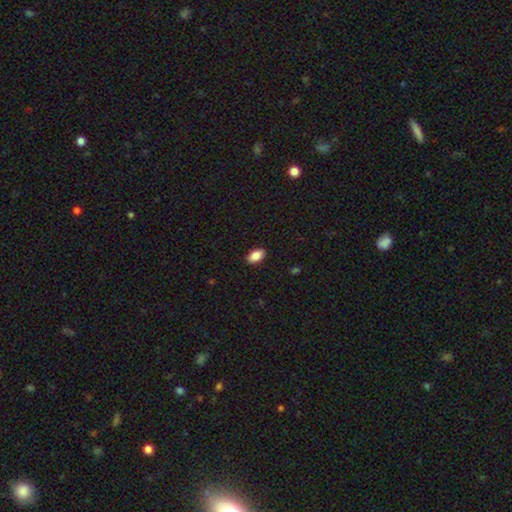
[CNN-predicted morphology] Smooth or featured? Predicted: smooth (p=0.87). How rounded? Predicted: in between (p=0.92). Merging? Predicted: none (p=0.89).